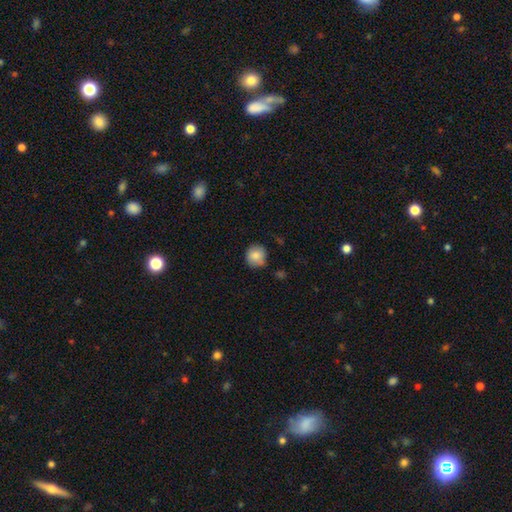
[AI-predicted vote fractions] smooth 84%, star or artifact 8%, featured or disk 8%. Down the decision tree: how rounded — round (90%); merging — none (76%).